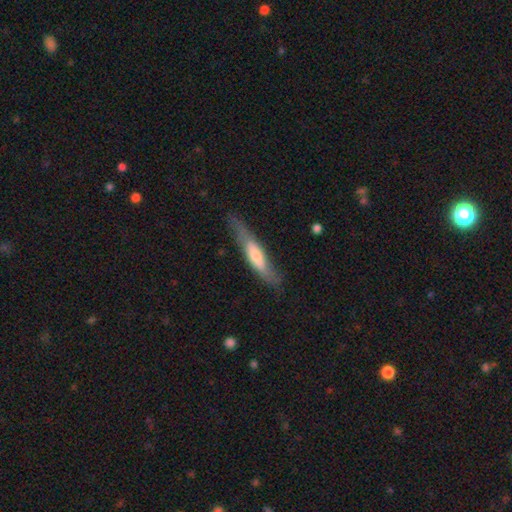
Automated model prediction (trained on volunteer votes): This is possibly a smooth galaxy (48%). Merging: likely none (66%).